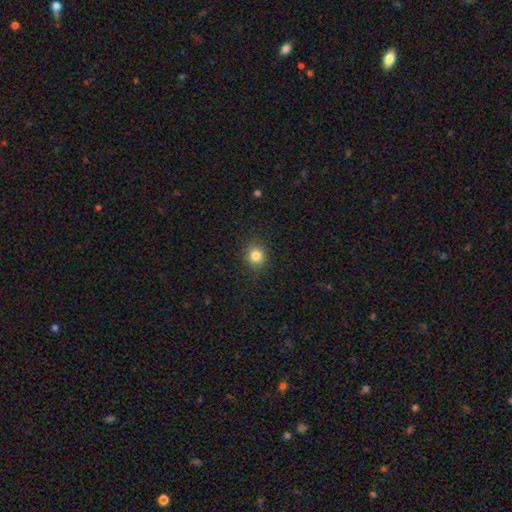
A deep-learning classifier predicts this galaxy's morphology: A smooth galaxy with no disk features (82%) that is round (84%).

Vote fractions:
- Smooth or featured? smooth: 82% / star or artifact: 12% / featured or disk: 6%
- How rounded? round: 84% / in between: 15% / cigar-shaped: 1%
- Merging? none: 89% / minor disturbance: 8% / major disturbance: 2% / merger: 1%